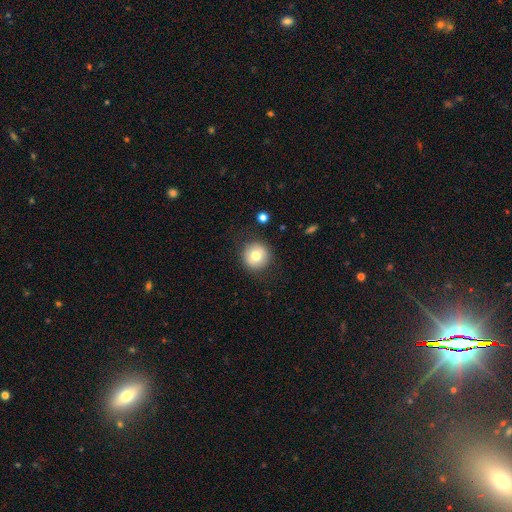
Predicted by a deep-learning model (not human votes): The model was most divided on "smooth or featured": smooth: 74%, featured or disk: 16%, star or artifact: 10%. More confident: how rounded — round (95%); merging — none (86%).